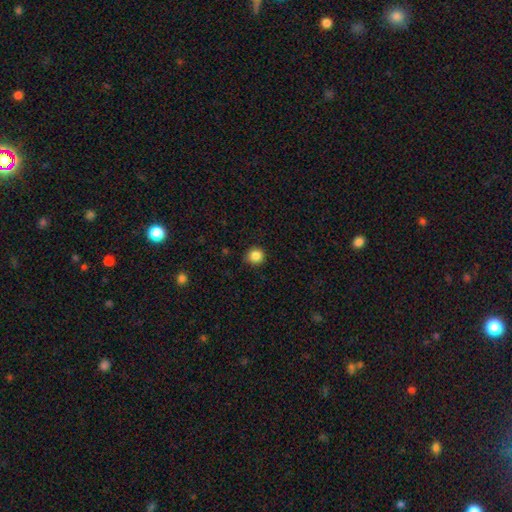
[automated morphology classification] This is clearly a smooth galaxy (86%). How rounded: clearly round (91%). Merging: clearly none (88%).